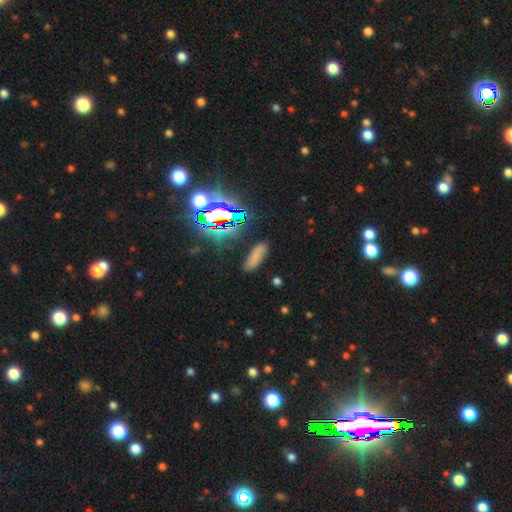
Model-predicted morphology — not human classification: smooth_or_featured: smooth (p=0.64) [alt: star or artifact p=0.24]
how_rounded: in between (p=0.54) [alt: cigar-shaped p=0.42]
merging: none (p=0.79) [alt: minor disturbance p=0.14]